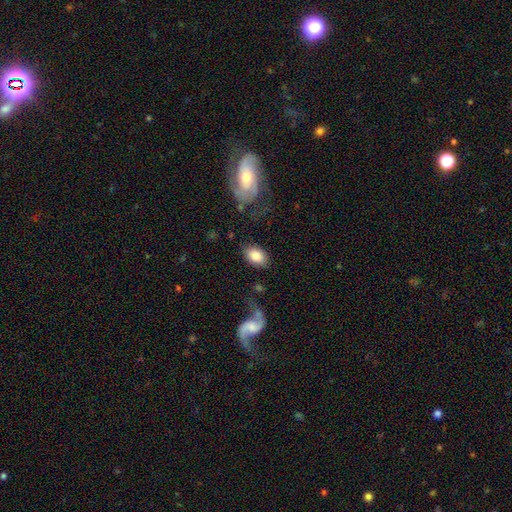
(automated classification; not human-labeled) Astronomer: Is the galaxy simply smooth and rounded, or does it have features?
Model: smooth — 82%.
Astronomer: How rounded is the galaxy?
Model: in between — 87%.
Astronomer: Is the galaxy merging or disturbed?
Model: none — 75%.